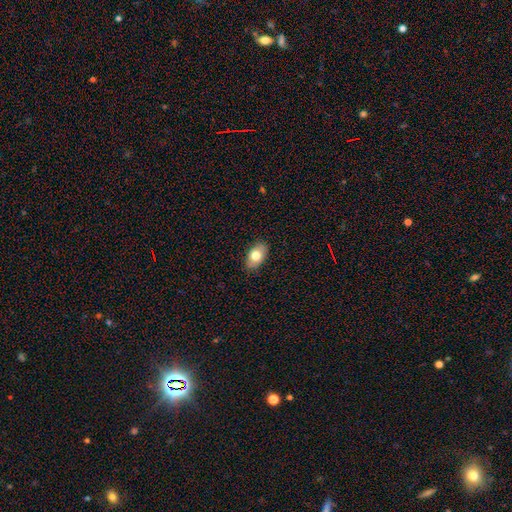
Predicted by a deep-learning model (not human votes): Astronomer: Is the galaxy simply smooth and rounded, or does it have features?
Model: smooth — 75%.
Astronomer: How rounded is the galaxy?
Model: in between — 90%.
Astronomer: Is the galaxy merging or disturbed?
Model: none — 86%.